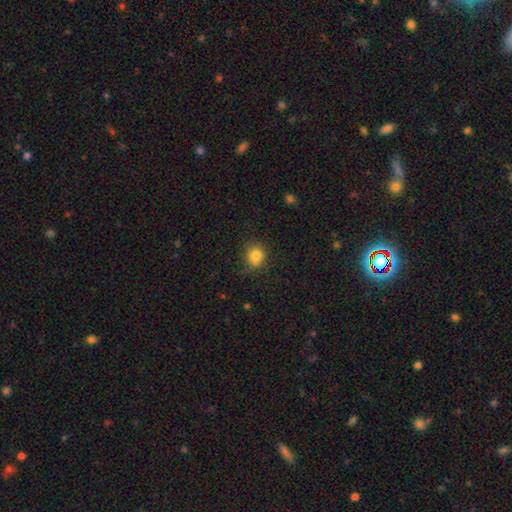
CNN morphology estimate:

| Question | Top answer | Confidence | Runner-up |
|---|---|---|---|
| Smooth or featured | smooth | 82% | star or artifact (12%) |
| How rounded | round | 73% | in between (26%) |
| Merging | none | 67% | minor disturbance (22%) |